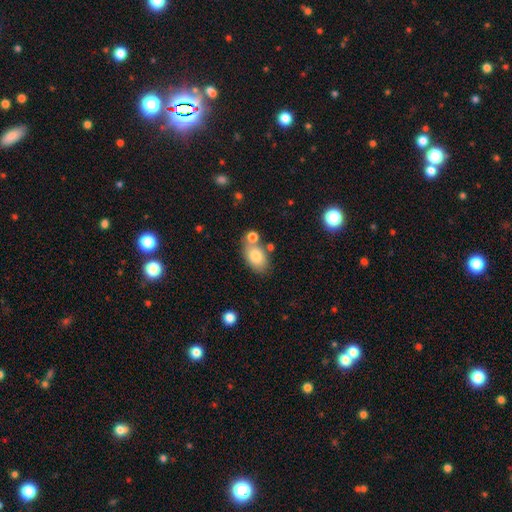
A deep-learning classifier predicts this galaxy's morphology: The model was most divided on "merging": none: 57%, merger: 24%, minor disturbance: 15%, major disturbance: 5%. More confident: how rounded — in between (87%); smooth or featured — smooth (80%).